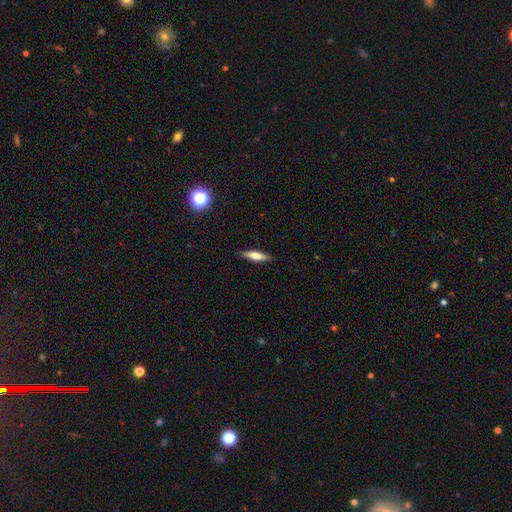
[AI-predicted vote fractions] Q: Smooth or featured?
A: smooth (54%); runner-up: featured or disk (39%)
Q: How rounded?
A: cigar-shaped (72%); runner-up: in between (26%)
Q: Merging?
A: none (88%); runner-up: minor disturbance (9%)